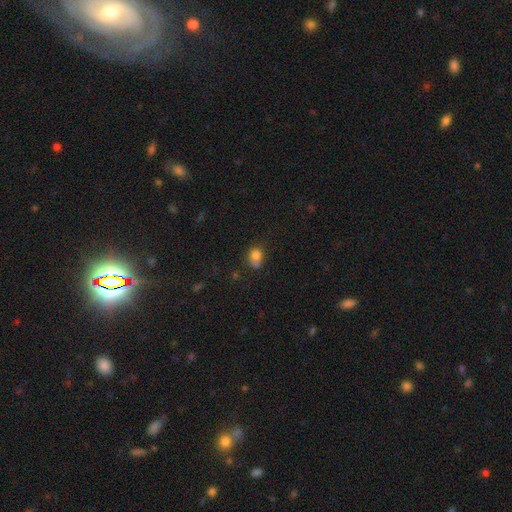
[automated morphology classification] Smooth or featured? smooth (79%)
How rounded? round (50%)
Merging? none (45%)